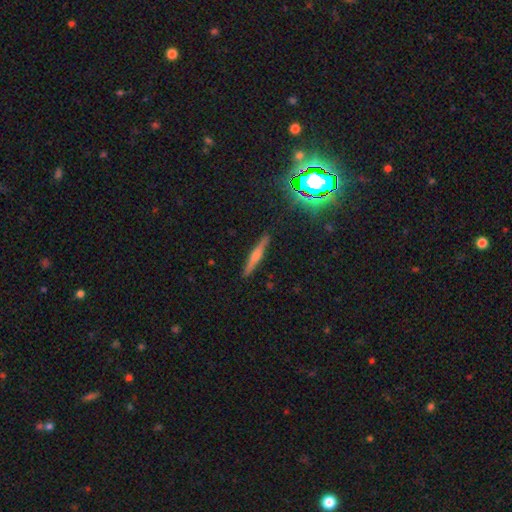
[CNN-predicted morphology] Q: Smooth or featured?
A: featured or disk (49%); runner-up: smooth (41%)
Q: Merging?
A: none (89%); runner-up: minor disturbance (8%)